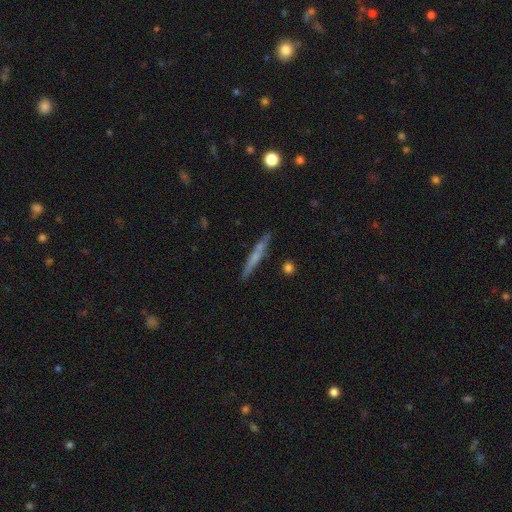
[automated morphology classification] A smooth galaxy with no disk features (52%) that is cigar-shaped (94%). Merging: none (85%).